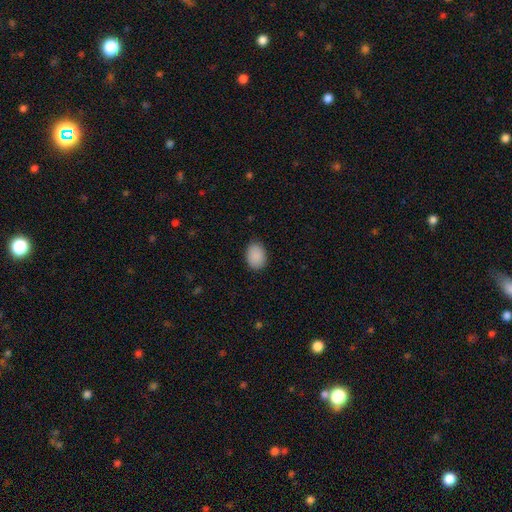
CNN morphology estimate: This appears to be a smooth galaxy with no disk features (90%) that is in between round and cigar-shaped (75%). Merging: none (86%).